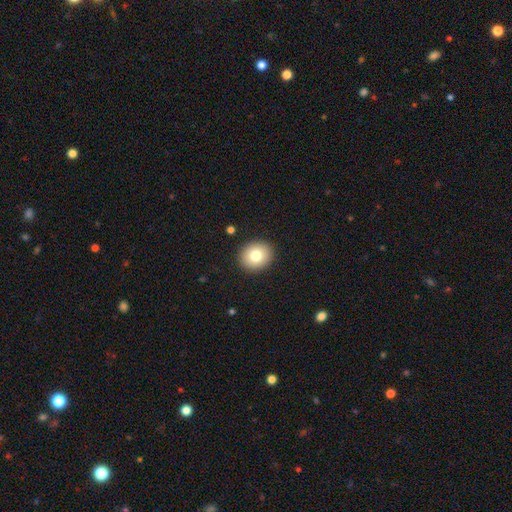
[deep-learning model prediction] Smooth or featured? Predicted: smooth (p=0.79). How rounded? Predicted: round (p=0.67). Merging? Predicted: none (p=0.91).